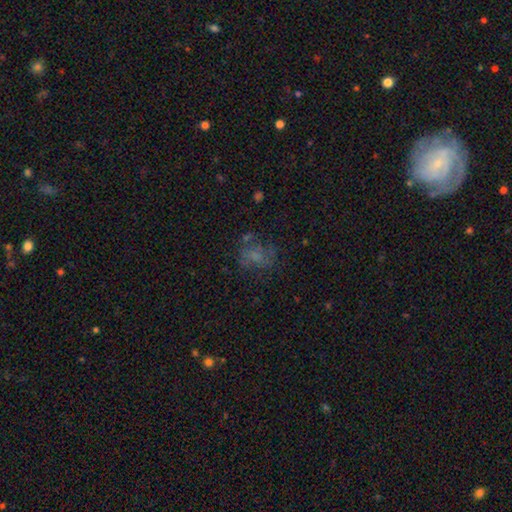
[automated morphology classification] This appears to be a smooth galaxy with no disk features (47%). Merging: none (54%).